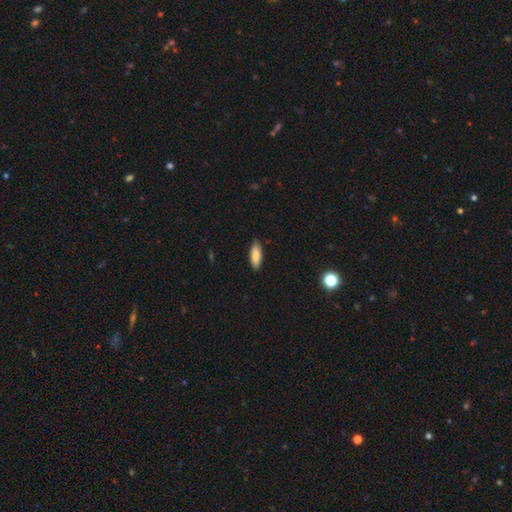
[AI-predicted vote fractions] The model was most divided on "how rounded": in between: 67%, cigar-shaped: 31%, round: 2%. More confident: smooth or featured — smooth (85%); merging — none (84%).